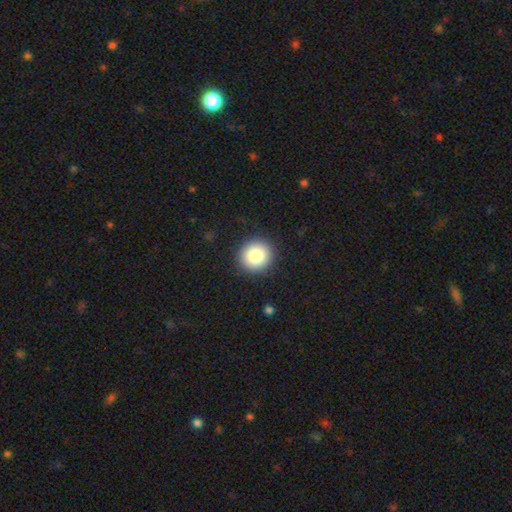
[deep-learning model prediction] Smooth or featured: smooth — 82% (star or artifact — 10%)
How rounded: round — 93% (in between — 6%)
Merging: none — 91% (minor disturbance — 6%)